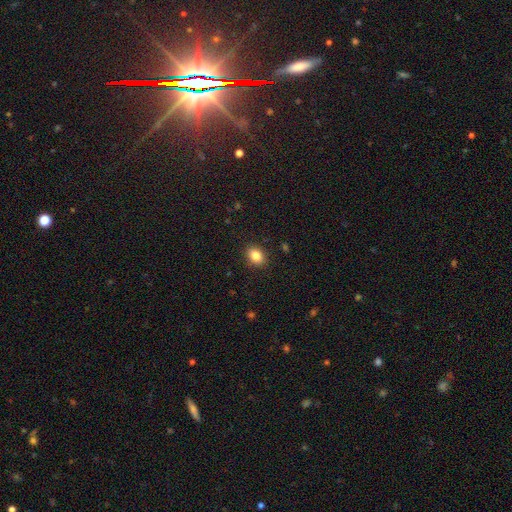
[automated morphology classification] Smooth or featured? smooth (85%)
How rounded? in between (65%)
Merging? none (89%)